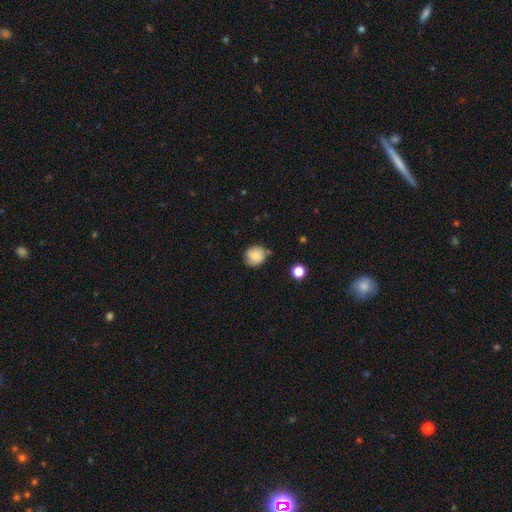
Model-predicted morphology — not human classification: This is likely a smooth galaxy (79%). How rounded: clearly round (83%). Merging: likely none (69%).